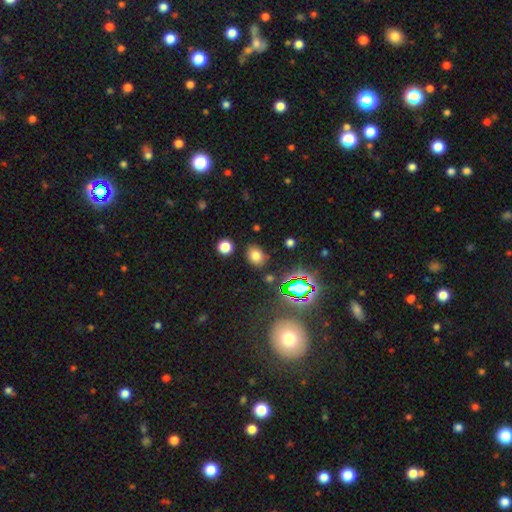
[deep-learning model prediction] Q: Smooth or featured?
A: smooth (73%); runner-up: star or artifact (20%)
Q: How rounded?
A: in between (55%); runner-up: round (44%)
Q: Merging?
A: none (84%); runner-up: minor disturbance (10%)